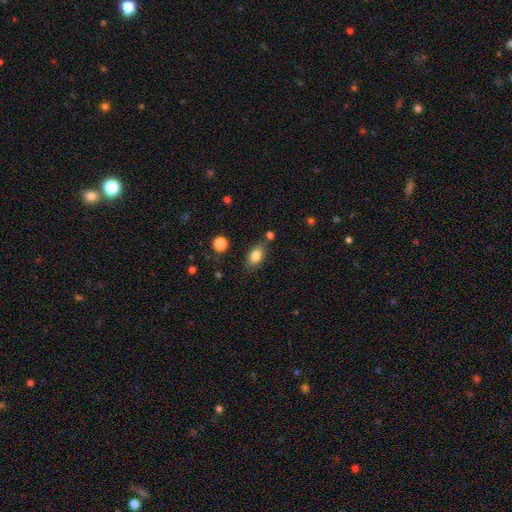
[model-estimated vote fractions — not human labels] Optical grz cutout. It shows a smooth galaxy with no disk features (81%) that is in between round and cigar-shaped (85%). Merging: none (71%).